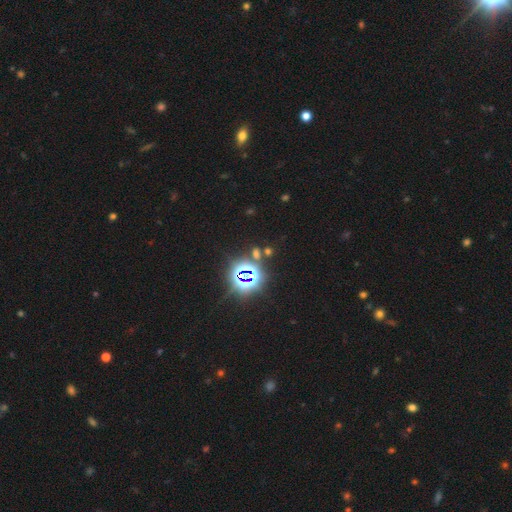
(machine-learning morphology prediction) This is likely a star or artifact rather than a galaxy (79%).